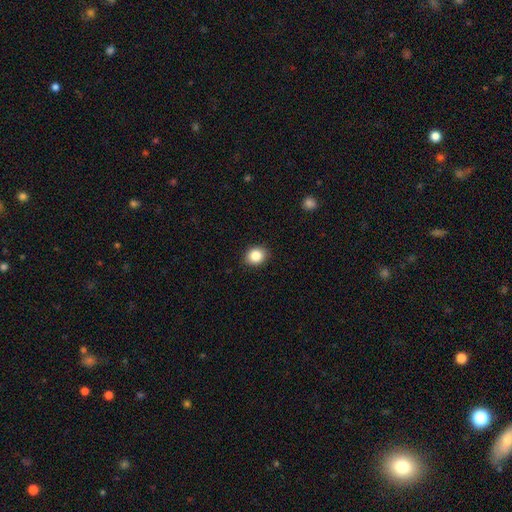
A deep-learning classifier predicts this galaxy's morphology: This is clearly a smooth galaxy (86%). How rounded: likely round (61%). Merging: clearly none (90%).